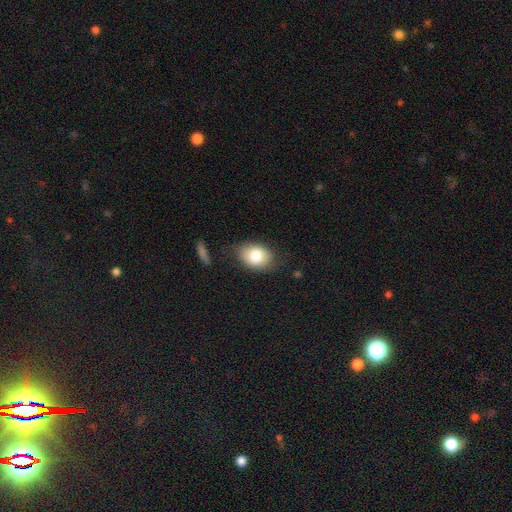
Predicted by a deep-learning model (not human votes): Smooth or featured: smooth — 82% (featured or disk — 11%)
How rounded: in between — 75% (round — 24%)
Merging: none — 72% (minor disturbance — 20%)